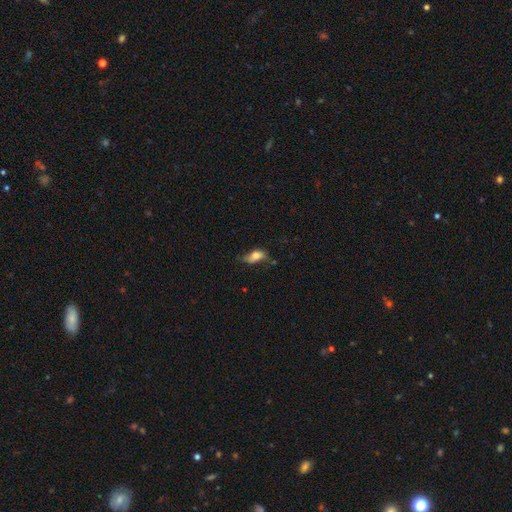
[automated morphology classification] Smooth or featured?
  - smooth: 63% *
  - featured or disk: 29%
  - star or artifact: 9%
How rounded?
  - in between: 82% *
  - cigar-shaped: 12%
  - round: 6%
Merging?
  - none: 51% *
  - minor disturbance: 32%
  - major disturbance: 14%
  - merger: 3%